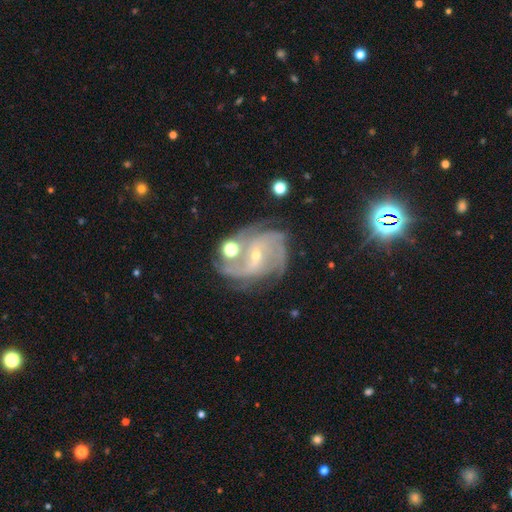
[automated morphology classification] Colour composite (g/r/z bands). It shows a featured or disk galaxy (88%) with a weak bar (45%), 3 (29%) medium (46%) spiral arms (97%) and a small central bulge (72%). Merging: none (61%).